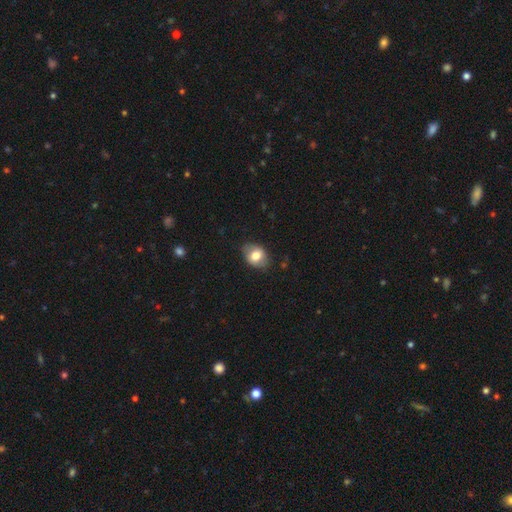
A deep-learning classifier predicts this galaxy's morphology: This appears to be a smooth galaxy with no disk features (73%) that is in between round and cigar-shaped (70%). Merging: none (79%).